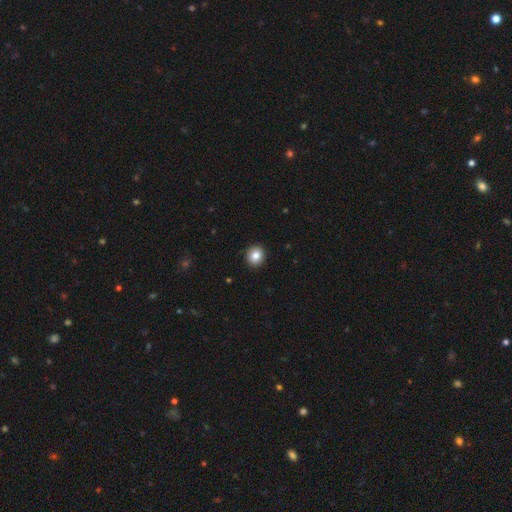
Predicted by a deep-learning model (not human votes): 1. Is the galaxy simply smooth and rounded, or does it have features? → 84% smooth, 9% star or artifact, 7% featured or disk.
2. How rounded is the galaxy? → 83% round, 16% in between, 1% cigar-shaped.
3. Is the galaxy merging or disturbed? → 92% none, 5% minor disturbance, 2% major disturbance, 1% merger.